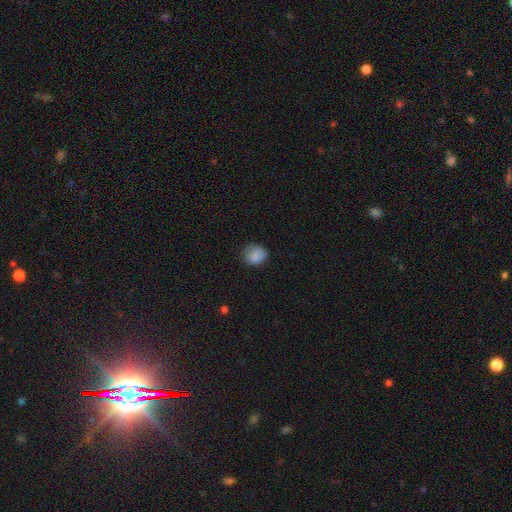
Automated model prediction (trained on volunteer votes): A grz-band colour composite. It shows a smooth galaxy with no disk features (84%) that is round (74%). Merging: none (72%).